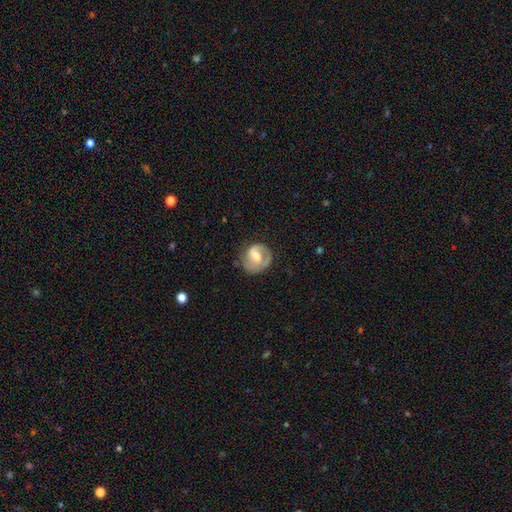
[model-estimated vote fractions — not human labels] Smooth or featured? Predicted: featured or disk (p=0.51). Edge-on disk? Predicted: no (p=0.97). Merging? Predicted: none (p=0.58).